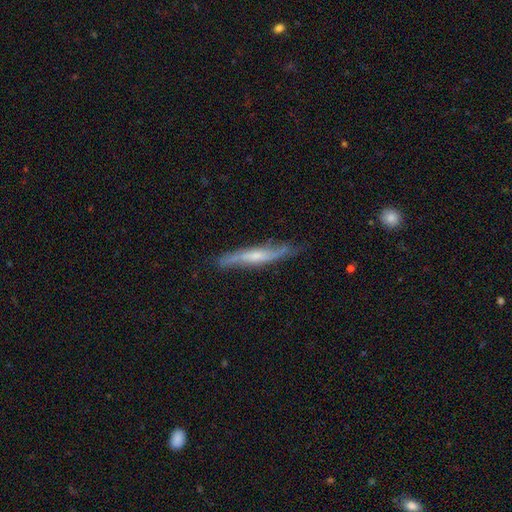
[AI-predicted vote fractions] Smooth or featured?
  - featured or disk: 64% *
  - smooth: 30%
  - star or artifact: 6%
Edge-on disk?
  - yes: 69% *
  - no: 31%
Merging?
  - none: 74% *
  - minor disturbance: 20%
  - major disturbance: 4%
  - merger: 2%